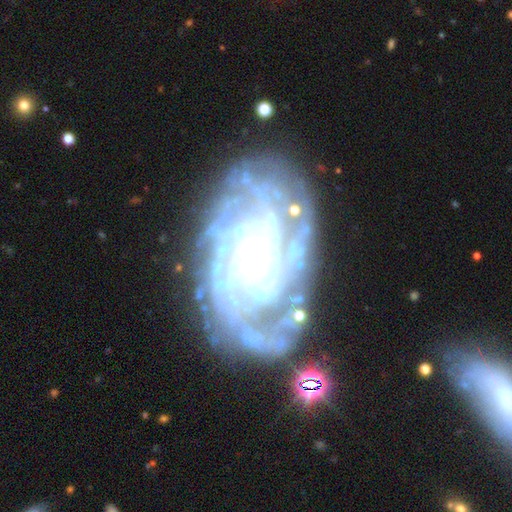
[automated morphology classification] A featured or disk galaxy (87%) with no bar (67%), tight (71%) spiral arms (94%) and a small central bulge (66%).

Vote fractions:
- Smooth or featured? featured or disk: 87% / star or artifact: 7% / smooth: 6%
- Edge-on disk? no: 97% / yes: 3%
- Bar? no: 67% / weak: 23% / strong: 10%
- Spiral arms? yes: 94% / no: 6%
- Spiral winding? tight: 71% / medium: 23% / loose: 6%
- Spiral arm count? can't tell: 30% / more than 4: 21% / 4: 17% / 3: 13% / 2: 11% / 1: 7%
- Bulge size? small: 66% / none: 17% / moderate: 13% / large: 3% / dominant: 2%
- Merging? none: 67% / minor disturbance: 19% / major disturbance: 11% / merger: 4%